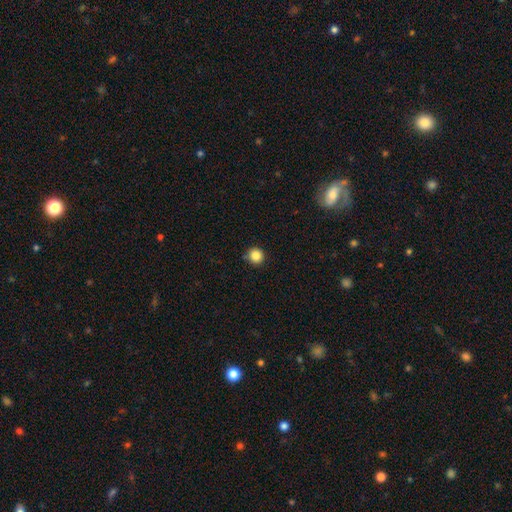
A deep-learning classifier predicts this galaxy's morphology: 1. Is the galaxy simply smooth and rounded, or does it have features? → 85% smooth, 11% star or artifact, 4% featured or disk.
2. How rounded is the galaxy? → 94% round, 5% in between, 1% cigar-shaped.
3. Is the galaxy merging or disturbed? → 86% none, 10% minor disturbance, 2% merger, 2% major disturbance.